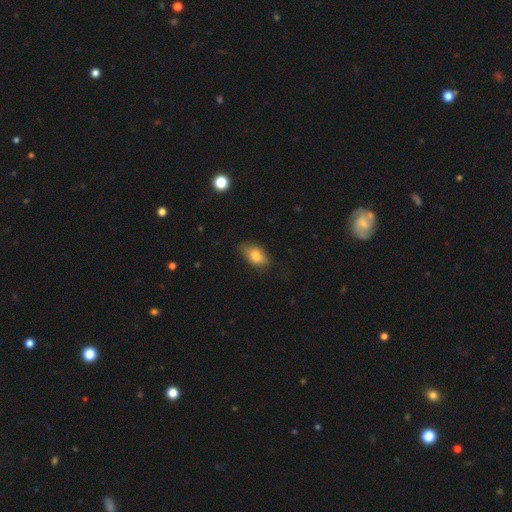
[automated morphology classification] Q: Smooth or featured?
A: smooth (78%); runner-up: featured or disk (14%)
Q: How rounded?
A: in between (88%); runner-up: round (9%)
Q: Merging?
A: none (71%); runner-up: minor disturbance (23%)